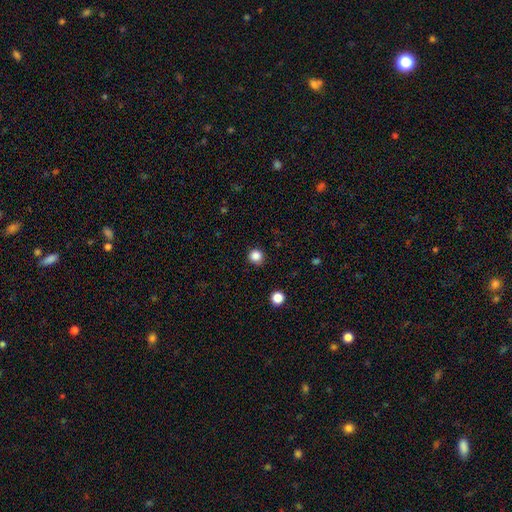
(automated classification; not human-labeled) Smooth or featured?
  - smooth: 85% *
  - star or artifact: 12%
  - featured or disk: 3%
How rounded?
  - round: 92% *
  - in between: 7%
  - cigar-shaped: 1%
Merging?
  - none: 89% *
  - minor disturbance: 7%
  - major disturbance: 2%
  - merger: 1%